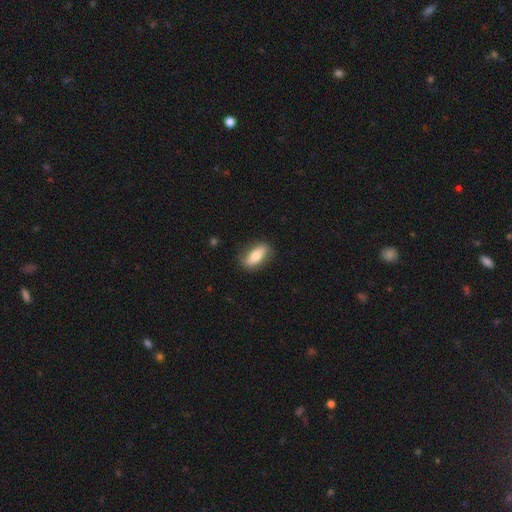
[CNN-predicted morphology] Smooth or featured: smooth — 70% (featured or disk — 24%)
How rounded: in between — 78% (cigar-shaped — 18%)
Merging: none — 81% (minor disturbance — 14%)